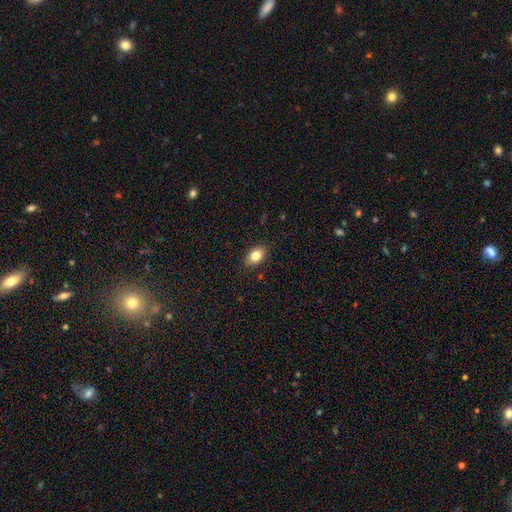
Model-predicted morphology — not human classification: Smooth or featured: smooth — 81% (featured or disk — 10%)
How rounded: in between — 80% (round — 18%)
Merging: none — 86% (minor disturbance — 10%)